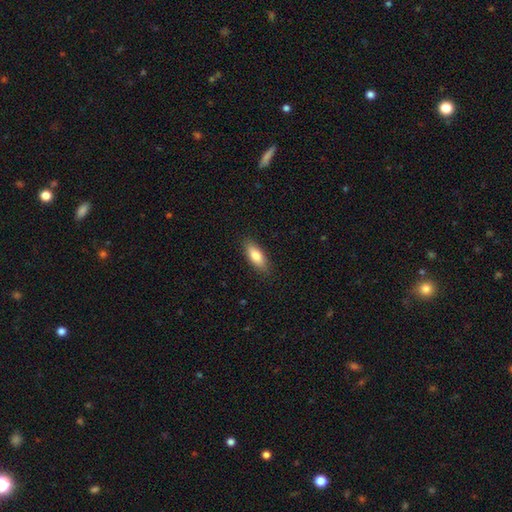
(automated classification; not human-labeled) The model was most divided on "how rounded": in between: 72%, cigar-shaped: 26%, round: 2%. More confident: merging — none (87%); smooth or featured — smooth (79%).